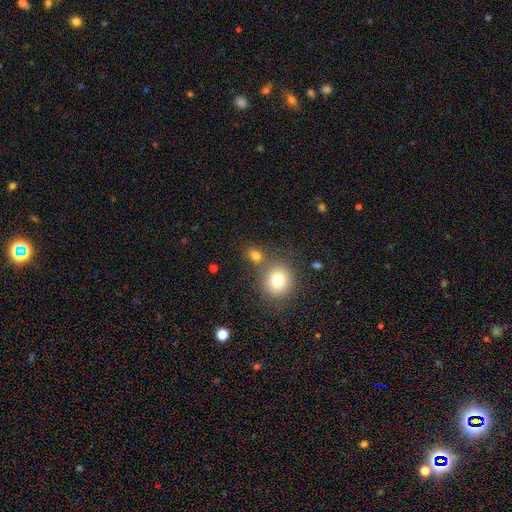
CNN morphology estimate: smooth-or-featured: smooth: 77% | star or artifact: 14% | featured or disk: 9%
  how-rounded: round: 64% | in between: 35% | cigar-shaped: 2%
  merging: none: 64% | merger: 22% | minor disturbance: 10% | major disturbance: 4%